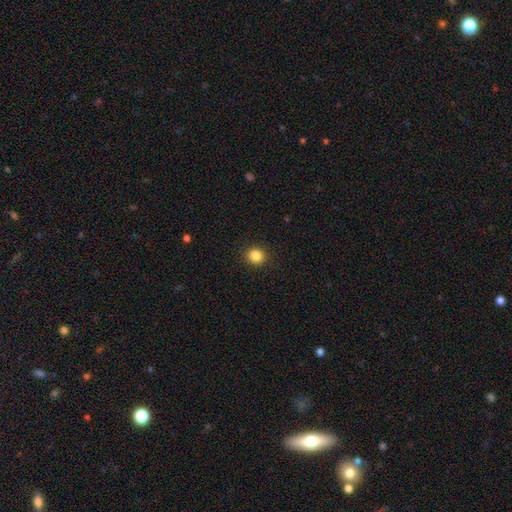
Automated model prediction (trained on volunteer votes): Smooth or featured? smooth (85%)
How rounded? round (88%)
Merging? none (91%)